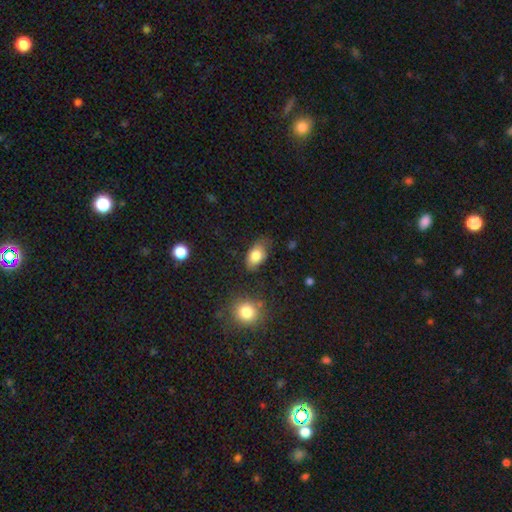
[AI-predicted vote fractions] Smooth or featured?
  - smooth: 82% *
  - featured or disk: 11%
  - star or artifact: 8%
How rounded?
  - in between: 90% *
  - round: 8%
  - cigar-shaped: 2%
Merging?
  - none: 71% *
  - minor disturbance: 22%
  - major disturbance: 5%
  - merger: 3%